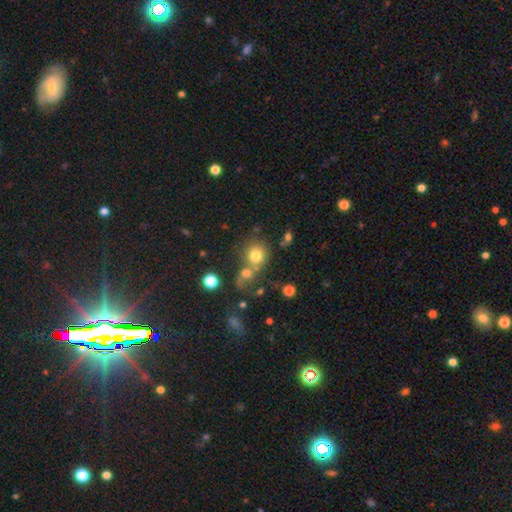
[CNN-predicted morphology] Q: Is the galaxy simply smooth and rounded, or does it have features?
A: smooth — 75%.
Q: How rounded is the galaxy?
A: round — 83%.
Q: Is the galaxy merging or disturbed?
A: none — 44%.